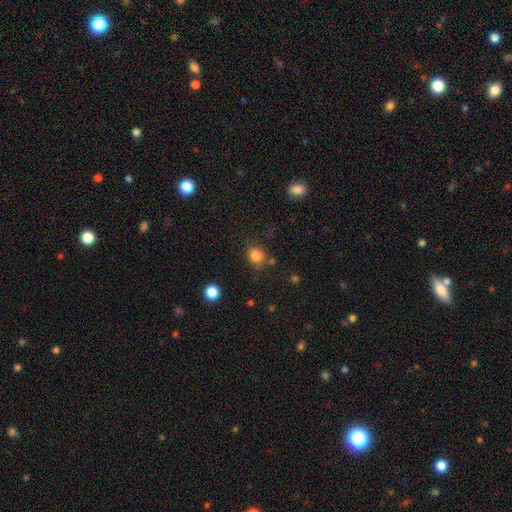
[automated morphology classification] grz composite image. It shows a smooth galaxy with no disk features (83%) that is round (83%). Merging: none (73%).